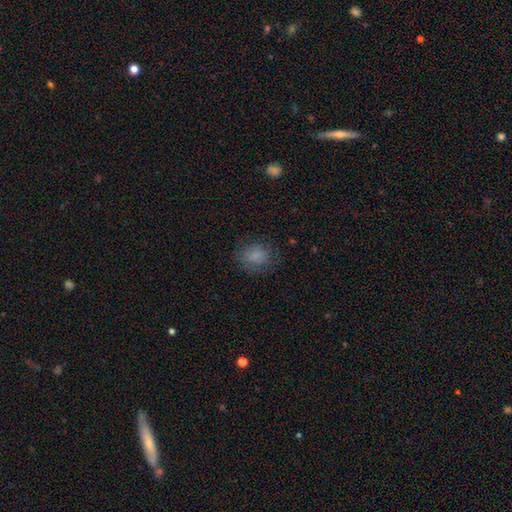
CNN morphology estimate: A smooth galaxy with no disk features (80%) that is round (63%). Merging: none (75%).